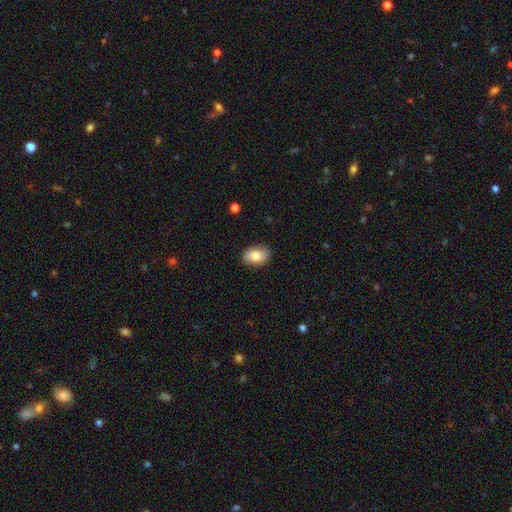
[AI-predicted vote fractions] Smooth or featured: smooth — 82% (featured or disk — 11%)
How rounded: in between — 81% (round — 18%)
Merging: none — 82% (minor disturbance — 14%)